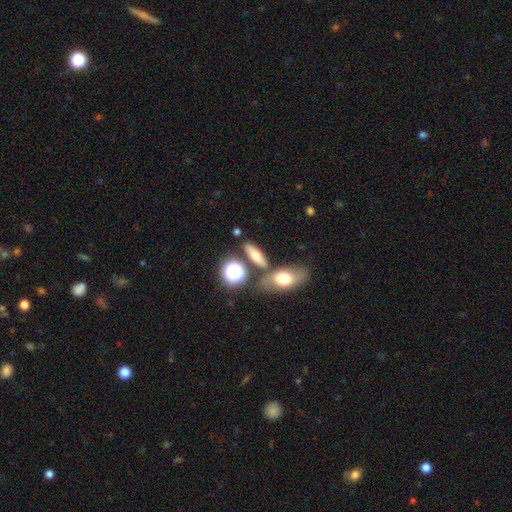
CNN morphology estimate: type=smooth (65%); roundness=in between (51%); merging=none (69%).